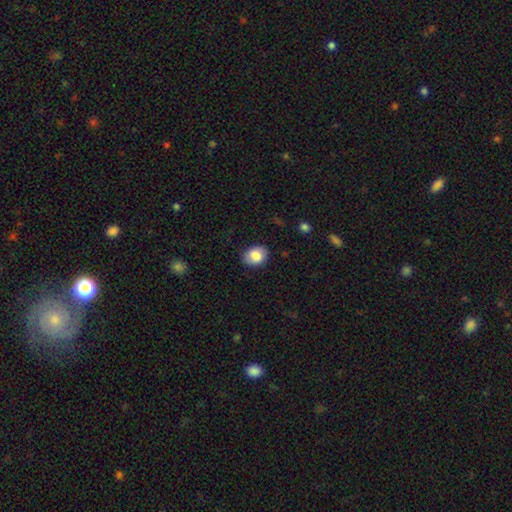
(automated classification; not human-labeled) A smooth galaxy with no disk features (82%) that is in between round and cigar-shaped (62%). Merging: none (84%).